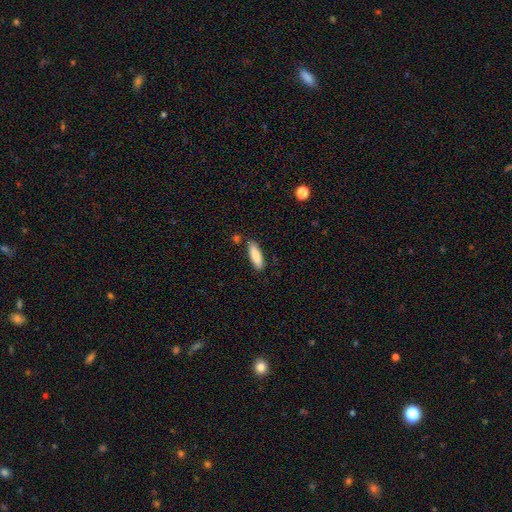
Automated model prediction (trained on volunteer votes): This is clearly a smooth galaxy (85%). How rounded: possibly cigar-shaped (52%). Merging: clearly none (82%).